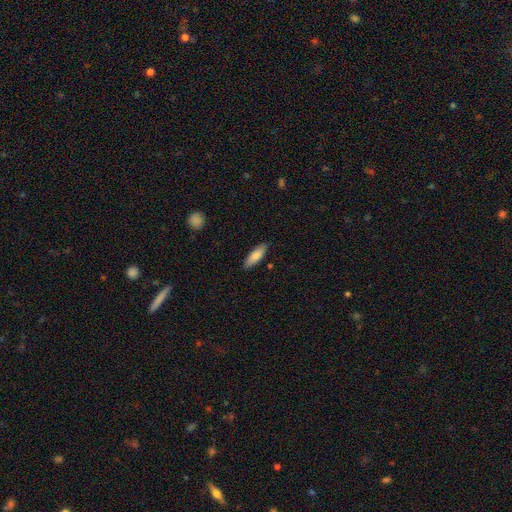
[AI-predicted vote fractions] A smooth galaxy with no disk features (82%) that is in between round and cigar-shaped (54%). Merging: none (86%).